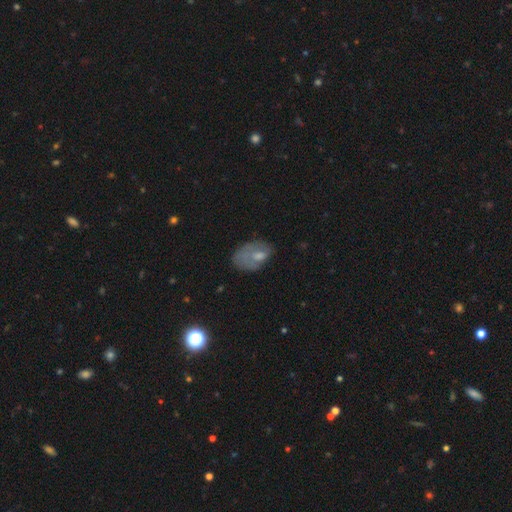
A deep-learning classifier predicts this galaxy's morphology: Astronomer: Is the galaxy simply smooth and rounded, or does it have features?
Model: smooth — 55% (runner-up: featured or disk, 35%).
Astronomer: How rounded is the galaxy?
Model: in between — 85%.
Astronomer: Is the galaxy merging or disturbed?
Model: none — 40% (runner-up: minor disturbance, 30%).